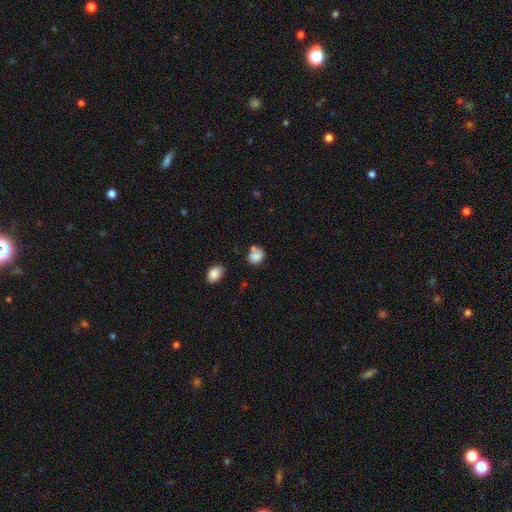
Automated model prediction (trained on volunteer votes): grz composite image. It shows a smooth galaxy with no disk features (81%) that is round (56%). Merging: none (47%).